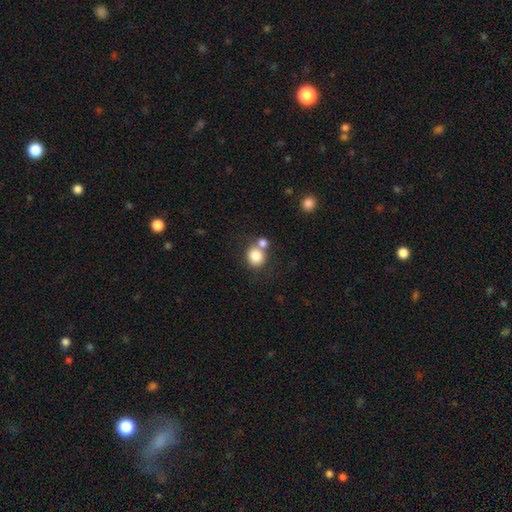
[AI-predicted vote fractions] Smooth or featured: smooth — 82% (star or artifact — 10%)
How rounded: round — 79% (in between — 20%)
Merging: none — 53% (merger — 35%)